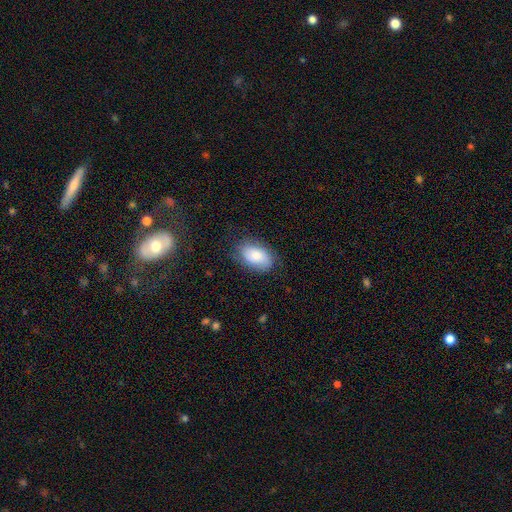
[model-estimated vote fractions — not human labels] A smooth galaxy with no disk features (76%) that is in between round and cigar-shaped (92%).

Vote fractions:
- Smooth or featured? smooth: 76% / featured or disk: 17% / star or artifact: 7%
- How rounded? in between: 92% / round: 7% / cigar-shaped: 1%
- Merging? none: 74% / minor disturbance: 19% / major disturbance: 6% / merger: 1%